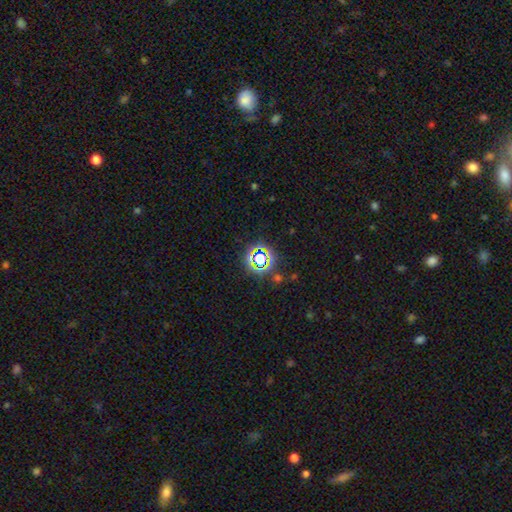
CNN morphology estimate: Smooth or featured? star or artifact (70%)